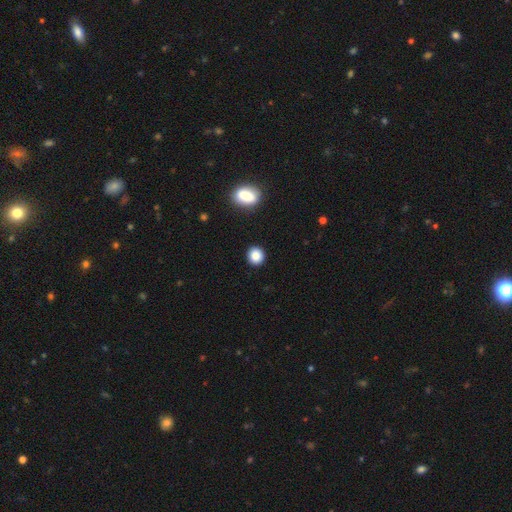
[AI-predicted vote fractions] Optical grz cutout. It shows a smooth galaxy with no disk features (87%) that is round (89%). Merging: none (92%).